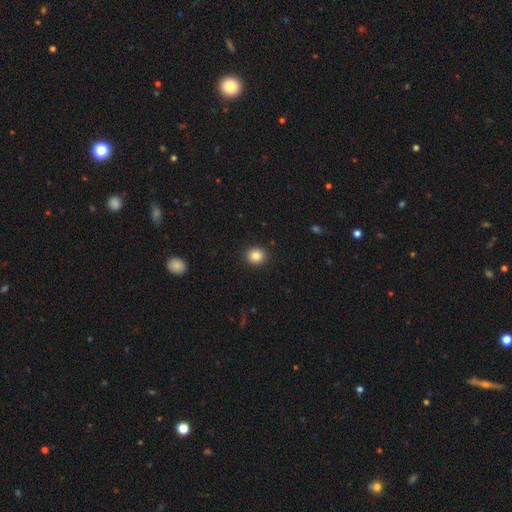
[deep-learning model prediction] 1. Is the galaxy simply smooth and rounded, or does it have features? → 86% smooth, 10% star or artifact, 4% featured or disk.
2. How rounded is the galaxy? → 76% round, 23% in between, 1% cigar-shaped.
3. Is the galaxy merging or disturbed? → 91% none, 6% minor disturbance, 2% major disturbance, 1% merger.